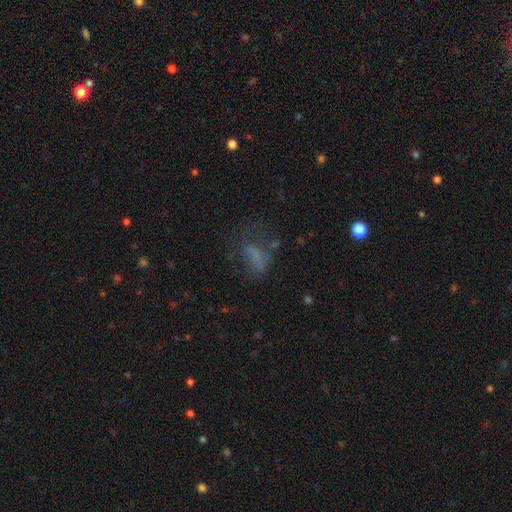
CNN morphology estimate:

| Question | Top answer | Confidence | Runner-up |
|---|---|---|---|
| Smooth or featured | smooth | 49% | featured or disk (28%) |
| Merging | major disturbance | 39% | none (37%) |